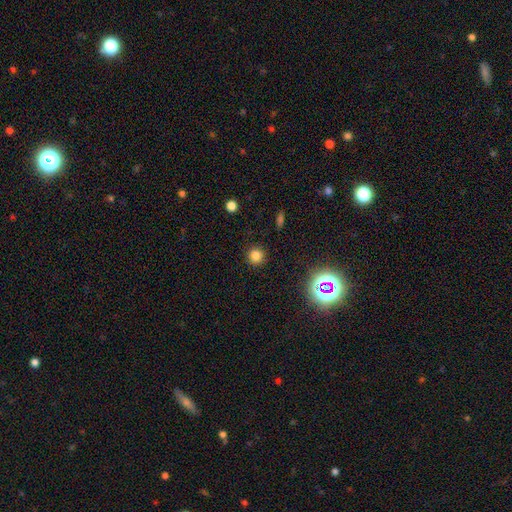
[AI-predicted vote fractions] Q: Smooth or featured?
A: smooth (79%); runner-up: star or artifact (17%)
Q: How rounded?
A: round (93%); runner-up: in between (6%)
Q: Merging?
A: none (91%); runner-up: minor disturbance (6%)